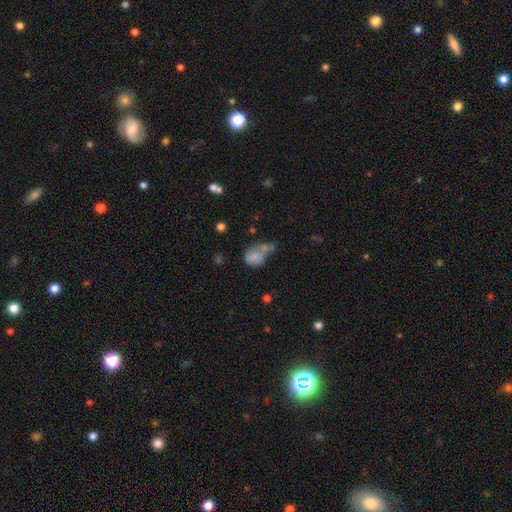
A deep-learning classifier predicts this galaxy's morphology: Smooth or featured: smooth — 75% (featured or disk — 14%)
How rounded: in between — 51% (round — 47%)
Merging: merger — 36% (none — 27%)